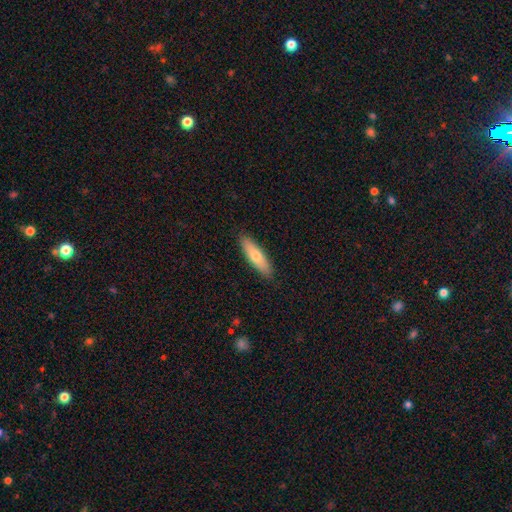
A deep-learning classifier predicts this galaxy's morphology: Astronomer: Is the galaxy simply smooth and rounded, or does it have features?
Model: smooth — 69%.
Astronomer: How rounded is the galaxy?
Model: cigar-shaped — 60% (runner-up: in between, 38%).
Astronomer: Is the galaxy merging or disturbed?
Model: none — 89%.